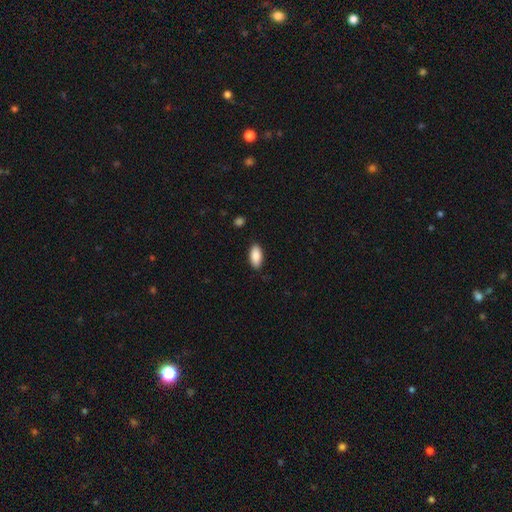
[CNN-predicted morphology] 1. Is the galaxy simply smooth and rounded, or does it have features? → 88% smooth, 6% star or artifact, 5% featured or disk.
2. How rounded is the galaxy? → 91% in between, 7% cigar-shaped, 2% round.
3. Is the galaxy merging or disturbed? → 86% none, 11% minor disturbance, 2% major disturbance, 1% merger.